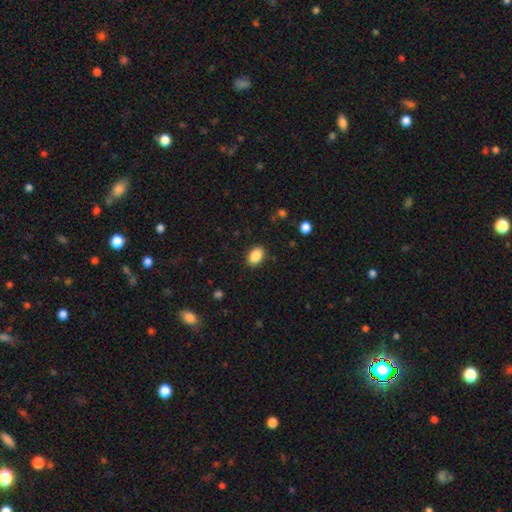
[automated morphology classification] smooth_or_featured: smooth (p=0.88) [alt: star or artifact p=0.08]
how_rounded: in between (p=0.81) [alt: round p=0.18]
merging: none (p=0.88) [alt: minor disturbance p=0.08]